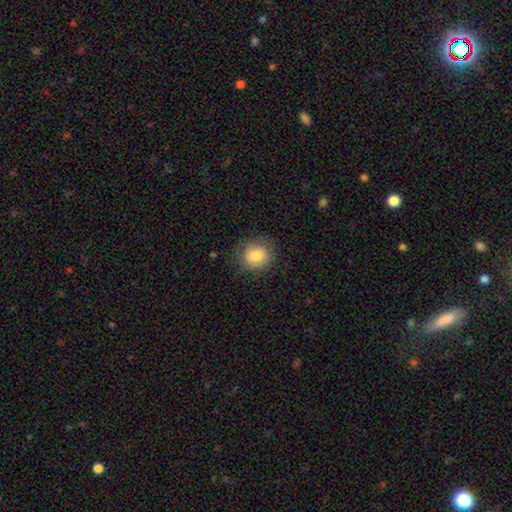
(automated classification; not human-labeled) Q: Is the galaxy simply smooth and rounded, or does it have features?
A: smooth — 83%.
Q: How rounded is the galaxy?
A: round — 82%.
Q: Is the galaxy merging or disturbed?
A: none — 82%.